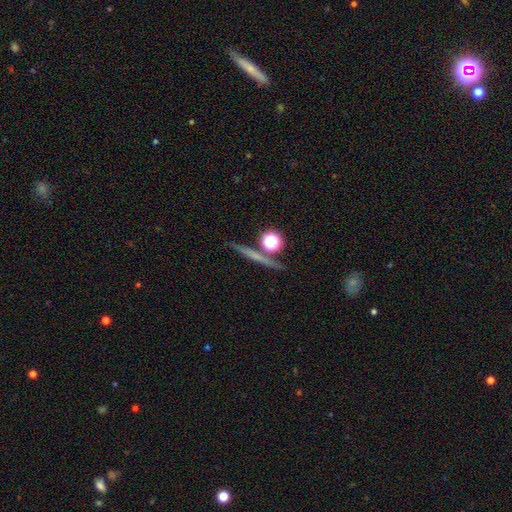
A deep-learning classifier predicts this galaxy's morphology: smooth-or-featured: featured or disk: 44% | smooth: 39% | star or artifact: 17%
  merging: none: 81% | merger: 8% | minor disturbance: 8% | major disturbance: 3%